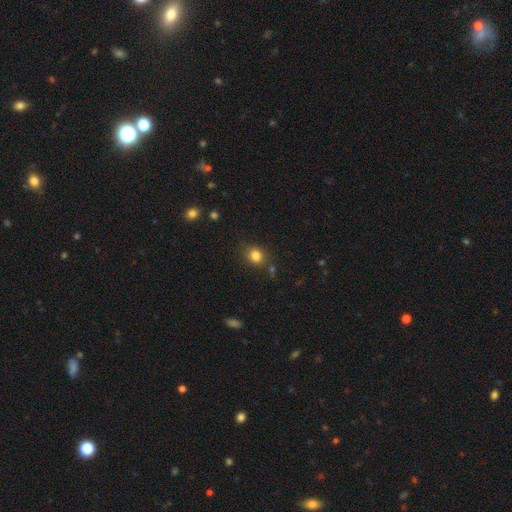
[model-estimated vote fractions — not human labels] Smooth or featured?
  - smooth: 83% *
  - star or artifact: 12%
  - featured or disk: 6%
How rounded?
  - round: 69% *
  - in between: 30%
  - cigar-shaped: 1%
Merging?
  - none: 81% *
  - minor disturbance: 12%
  - merger: 4%
  - major disturbance: 4%